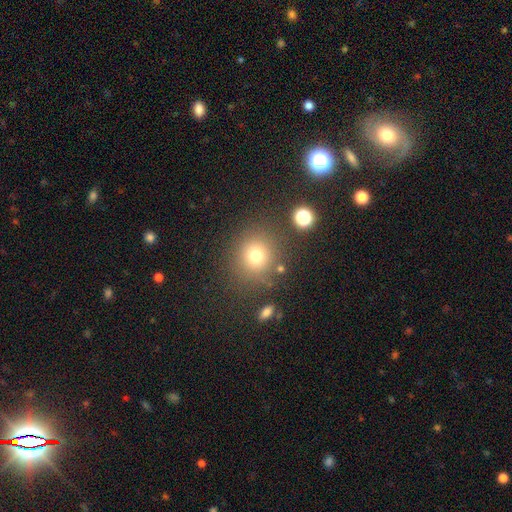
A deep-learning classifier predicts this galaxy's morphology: This appears to be a smooth galaxy with no disk features (75%) that is round (87%). Merging: none (81%).